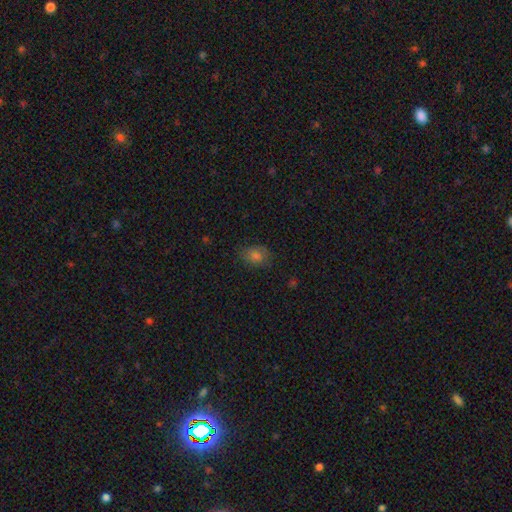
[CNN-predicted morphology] The model was most divided on "how rounded": in between: 58%, round: 41%, cigar-shaped: 1%. More confident: merging — none (77%); smooth or featured — smooth (71%).